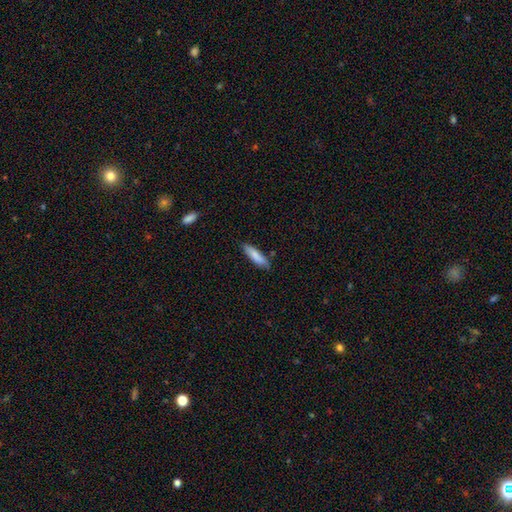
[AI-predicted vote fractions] Morphology: type=smooth (83%); roundness=cigar-shaped (67%); merging=none (82%).